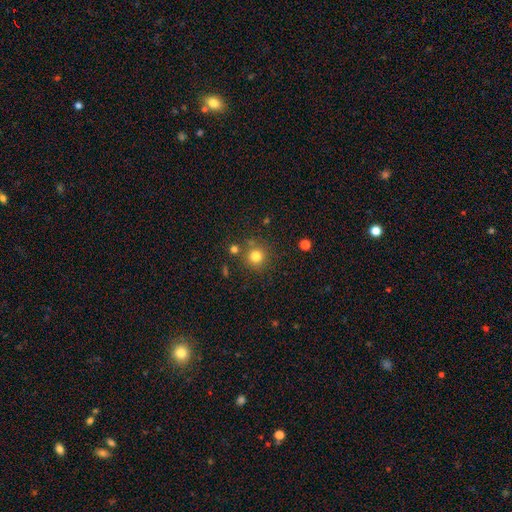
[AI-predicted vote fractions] smooth_or_featured: smooth (p=0.80) [alt: star or artifact p=0.14]
how_rounded: round (p=0.93) [alt: in between p=0.06]
merging: none (p=0.81) [alt: minor disturbance p=0.08]